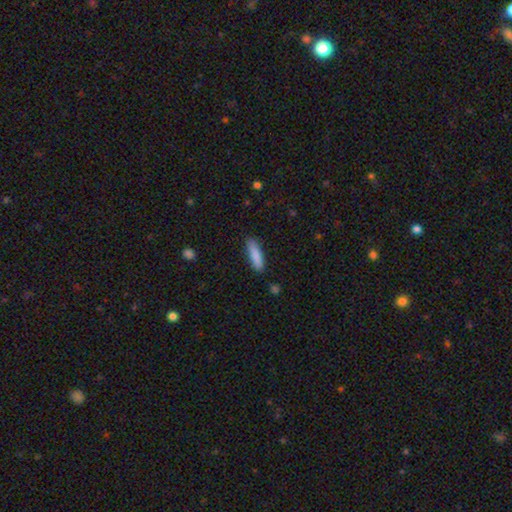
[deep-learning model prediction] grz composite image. It shows a smooth galaxy with no disk features (86%) that is cigar-shaped (66%). Merging: none (84%).